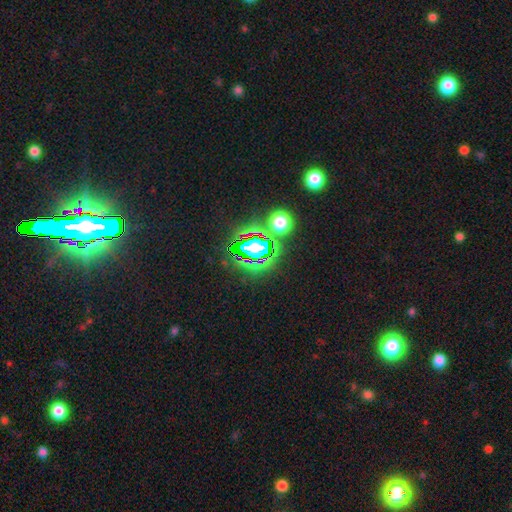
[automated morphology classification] Smooth or featured? Predicted: star or artifact (p=0.80).